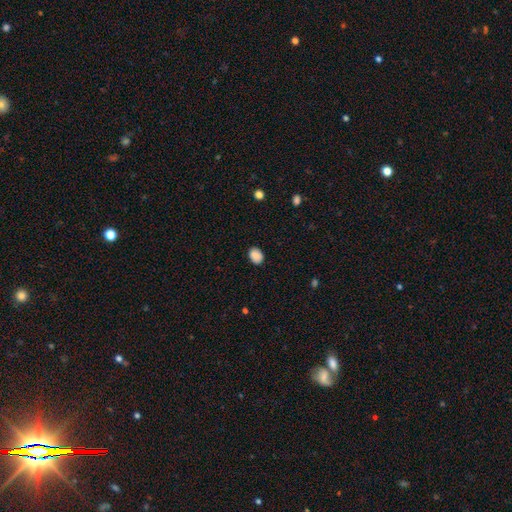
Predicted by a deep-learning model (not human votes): Overall: smooth (88%). How rounded: in between (63%; round 36%). Merging: none (86%).